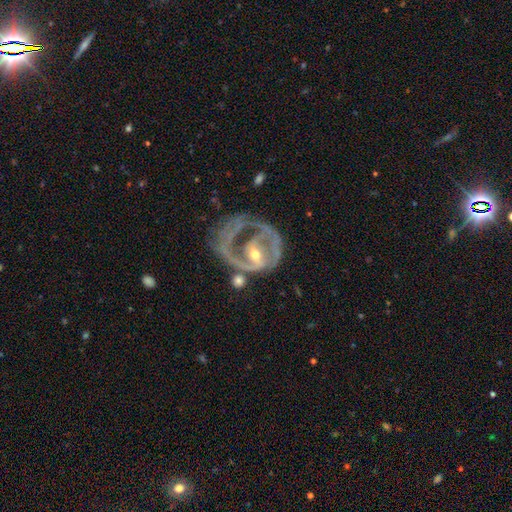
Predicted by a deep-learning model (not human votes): Q: Smooth or featured?
A: featured or disk (84%); runner-up: smooth (10%)
Q: Edge-on disk?
A: no (97%); runner-up: yes (3%)
Q: Bar?
A: weak (36%); runner-up: no (35%)
Q: Spiral arms?
A: yes (73%); runner-up: no (27%)
Q: Spiral winding?
A: medium (41%); runner-up: tight (36%)
Q: Spiral arm count?
A: 2 (41%); runner-up: 1 (32%)
Q: Bulge size?
A: small (51%); runner-up: moderate (44%)
Q: Merging?
A: major disturbance (43%); runner-up: none (27%)